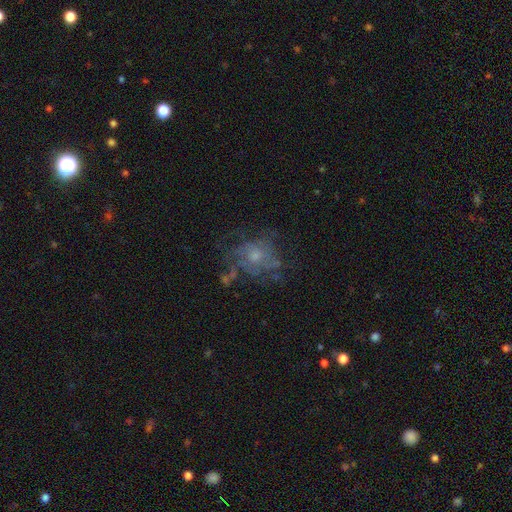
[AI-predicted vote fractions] Smooth or featured: featured or disk — 63% (smooth — 23%)
Edge-on disk: no — 97% (yes — 3%)
Bar: no — 84% (weak — 14%)
Spiral arms: yes — 57% (no — 43%)
Bulge size: moderate — 45% (small — 43%)
Merging: none — 55% (major disturbance — 22%)